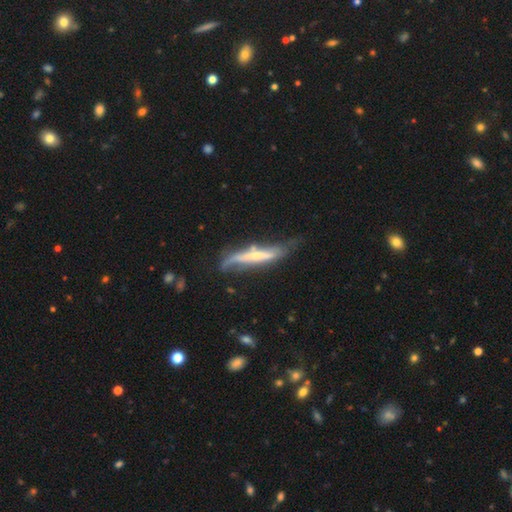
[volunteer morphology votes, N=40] Volunteers were most divided on "smooth or featured": featured or disk: 50%, smooth: 40%, star or artifact: 10%. More confident: edge-on bulge — rounded (64%); edge-on disk — yes (55%); merging — minor disturbance (50%).